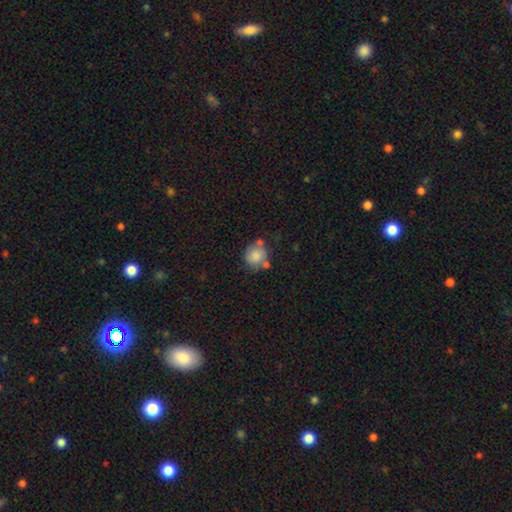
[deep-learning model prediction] Smooth or featured? Predicted: smooth (p=0.74). How rounded? Predicted: round (p=0.76). Merging? Predicted: none (p=0.45).